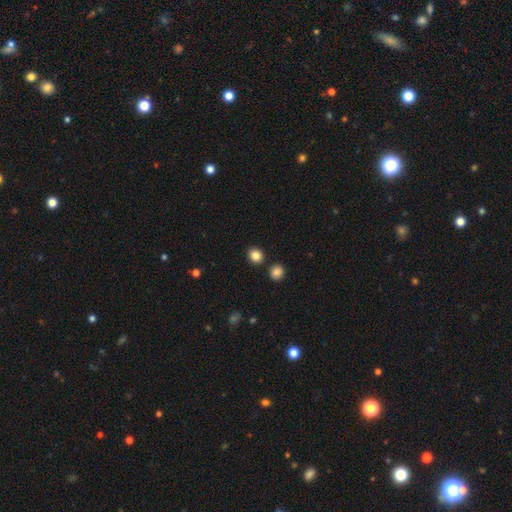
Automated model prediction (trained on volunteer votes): smooth_or_featured: smooth (p=0.86) [alt: star or artifact p=0.11]
how_rounded: round (p=0.81) [alt: in between p=0.18]
merging: none (p=0.88) [alt: minor disturbance p=0.06]